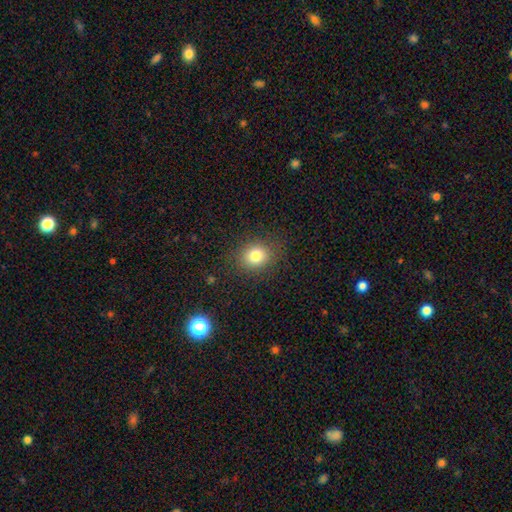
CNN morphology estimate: type=smooth (80%); roundness=round (68%); merging=none (86%).